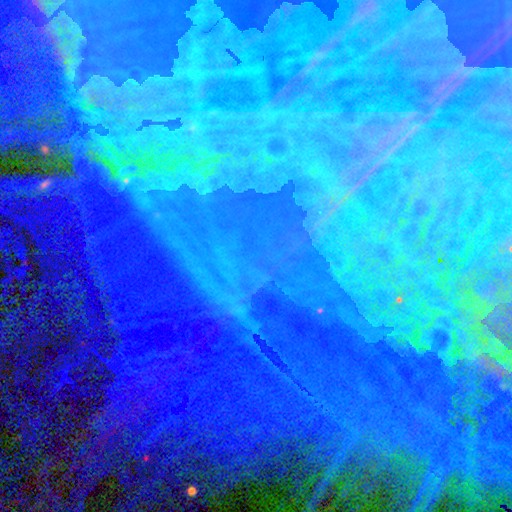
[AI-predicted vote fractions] smooth-or-featured: star or artifact: 81% | featured or disk: 11% | smooth: 8%